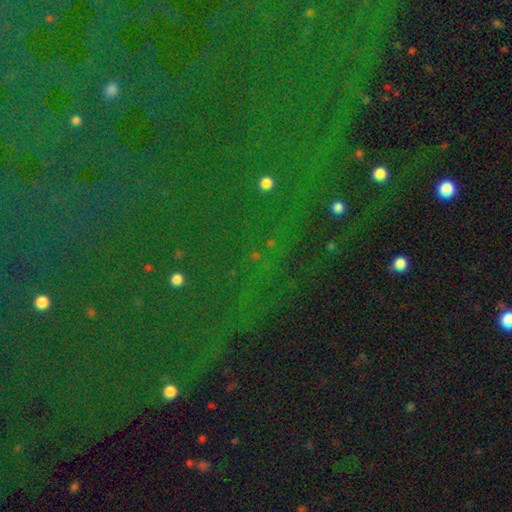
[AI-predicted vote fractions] A star or artifact, not a galaxy (81%).

Vote fractions:
- Smooth or featured? star or artifact: 81% / smooth: 11% / featured or disk: 8%